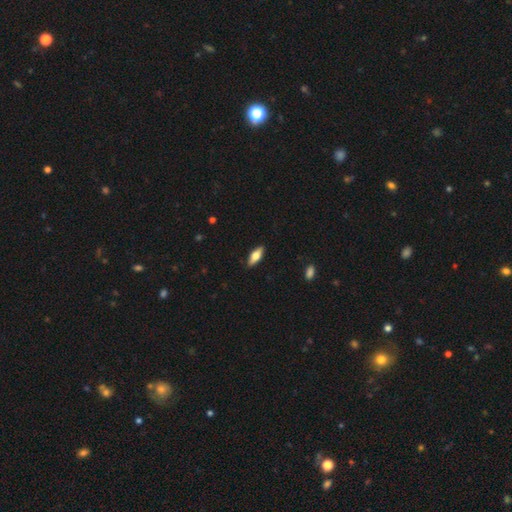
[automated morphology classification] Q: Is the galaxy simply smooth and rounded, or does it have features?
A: smooth — 58%.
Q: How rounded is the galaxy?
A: in between — 68%.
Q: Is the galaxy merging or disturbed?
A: none — 89%.